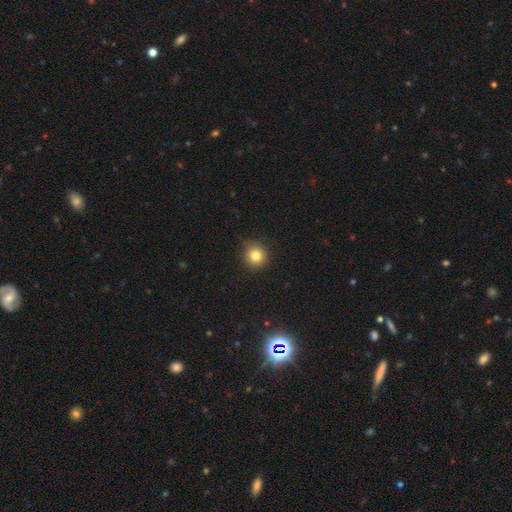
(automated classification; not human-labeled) This appears to be a smooth galaxy with no disk features (81%) that is round (93%). Merging: none (86%).